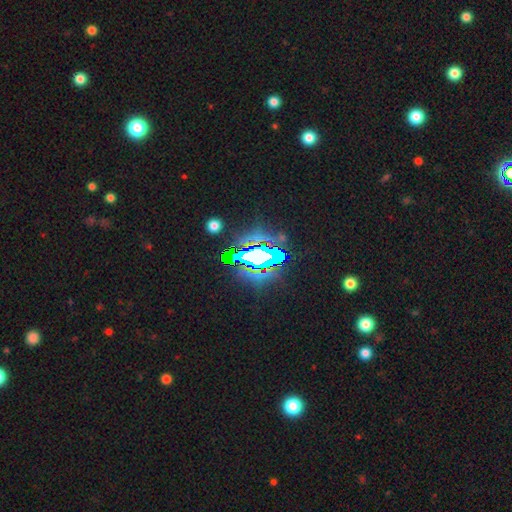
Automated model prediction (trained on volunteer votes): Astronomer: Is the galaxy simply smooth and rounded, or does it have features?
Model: star or artifact — 63%.